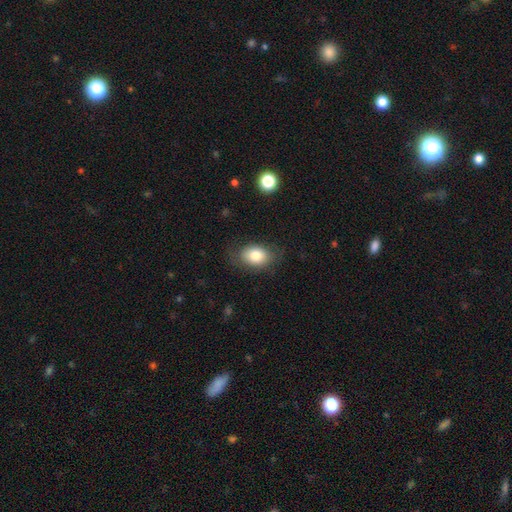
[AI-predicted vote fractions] Smooth or featured? smooth (80%)
How rounded? in between (79%)
Merging? none (77%)